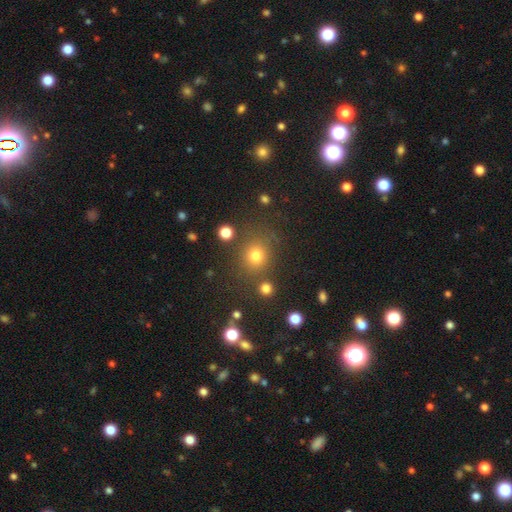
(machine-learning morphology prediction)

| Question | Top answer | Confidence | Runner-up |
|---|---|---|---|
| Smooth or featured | smooth | 76% | star or artifact (17%) |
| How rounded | round | 81% | in between (17%) |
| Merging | none | 78% | minor disturbance (10%) |